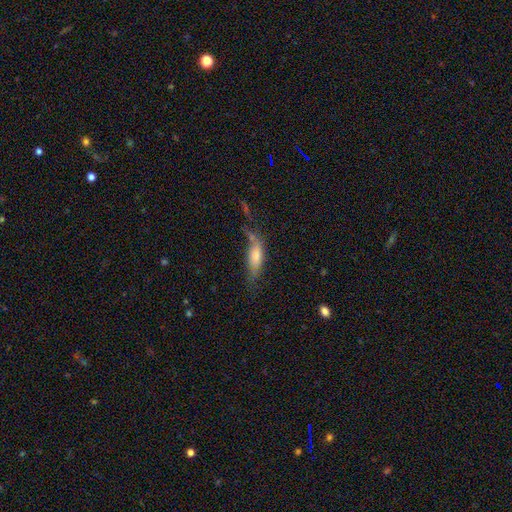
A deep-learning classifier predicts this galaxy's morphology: Smooth or featured: smooth — 69% (featured or disk — 23%)
How rounded: in between — 69% (cigar-shaped — 28%)
Merging: none — 40% (minor disturbance — 26%)